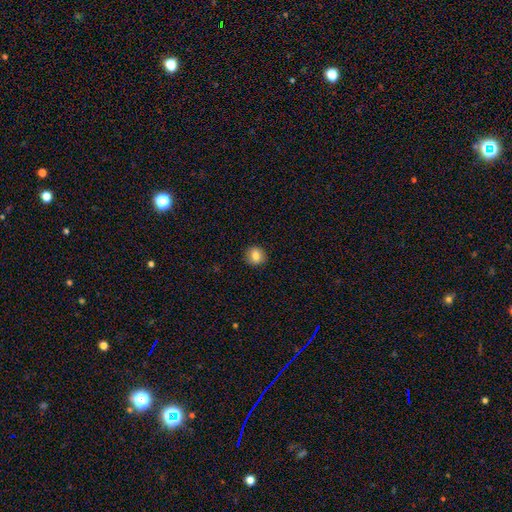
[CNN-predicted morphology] Smooth or featured? smooth (81%)
How rounded? round (84%)
Merging? none (90%)